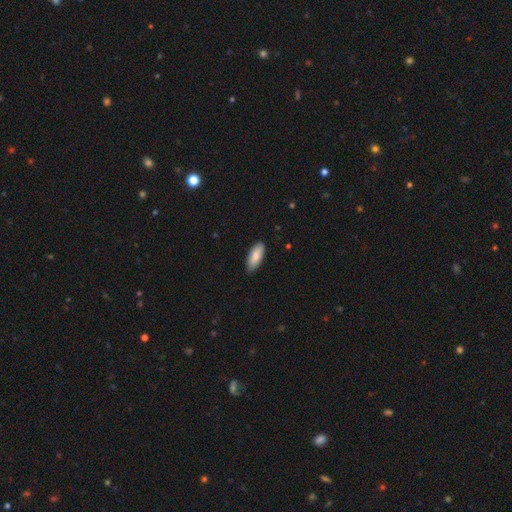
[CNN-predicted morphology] The model was most divided on "how rounded": in between: 77%, cigar-shaped: 22%, round: 2%. More confident: merging — none (85%); smooth or featured — smooth (84%).